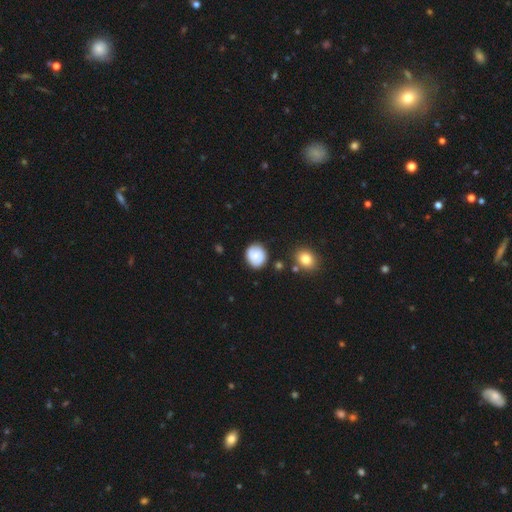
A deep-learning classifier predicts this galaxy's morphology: smooth-or-featured: smooth: 63% | featured or disk: 29% | star or artifact: 9%
  how-rounded: round: 71% | in between: 28% | cigar-shaped: 1%
  merging: none: 77% | minor disturbance: 16% | major disturbance: 4% | merger: 3%